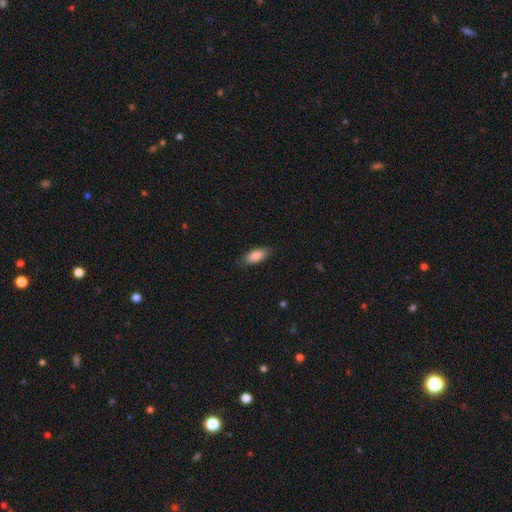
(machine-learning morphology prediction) Overall: smooth (83%). How rounded: in between (79%). Merging: none (83%).